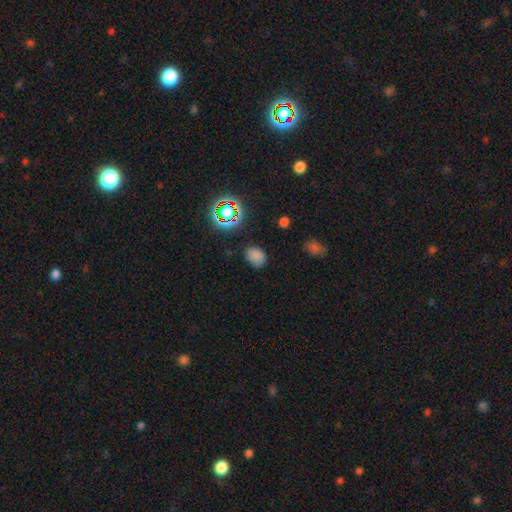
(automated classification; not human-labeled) This is likely a smooth galaxy (75%). How rounded: possibly in between (59%). Merging: likely none (78%).